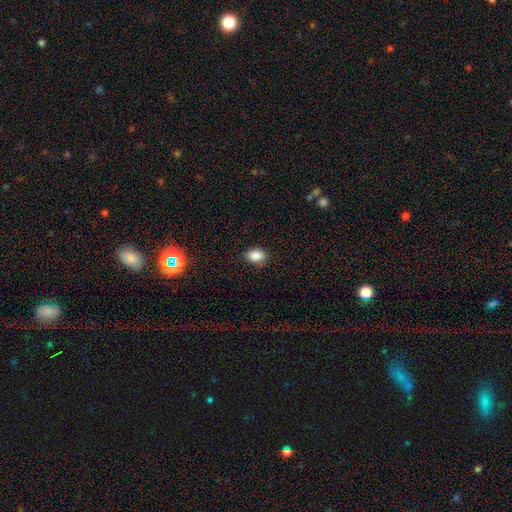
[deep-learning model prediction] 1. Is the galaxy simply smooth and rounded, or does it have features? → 87% smooth, 9% star or artifact, 3% featured or disk.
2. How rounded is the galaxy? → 71% in between, 27% round, 1% cigar-shaped.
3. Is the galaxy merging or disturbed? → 85% none, 11% minor disturbance, 3% major disturbance, 1% merger.